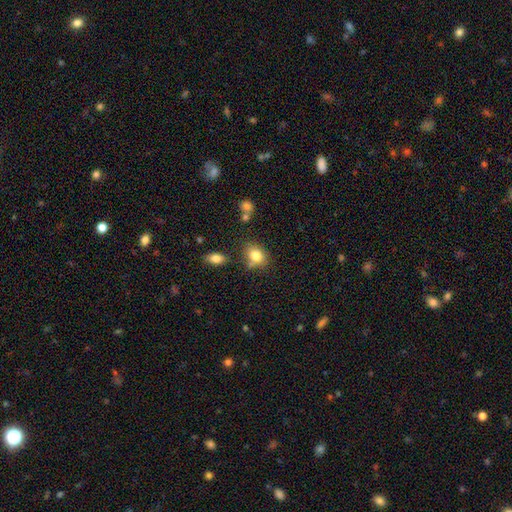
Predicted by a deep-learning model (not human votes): Q: Smooth or featured?
A: smooth (81%); runner-up: star or artifact (10%)
Q: How rounded?
A: in between (66%); runner-up: round (33%)
Q: Merging?
A: none (65%); runner-up: minor disturbance (18%)